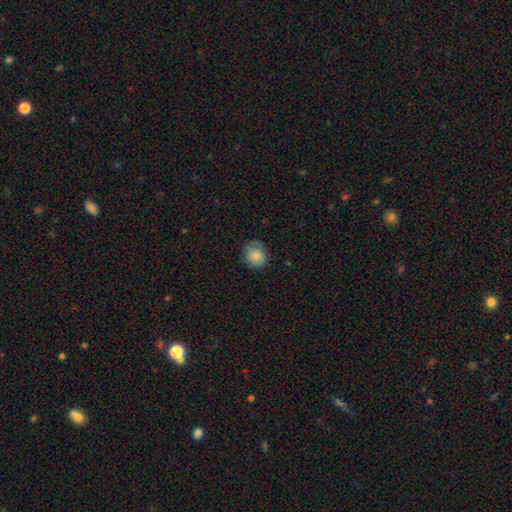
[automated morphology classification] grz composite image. It shows a smooth galaxy with no disk features (80%) that is round (73%). Merging: none (76%).